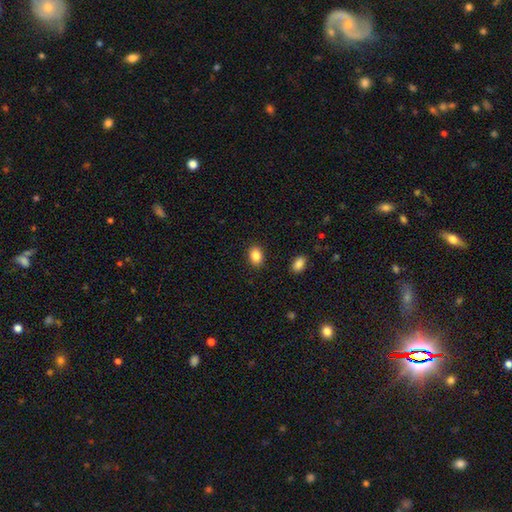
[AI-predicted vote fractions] This appears to be a smooth galaxy with no disk features (86%) that is in between round and cigar-shaped (74%). Merging: none (88%).